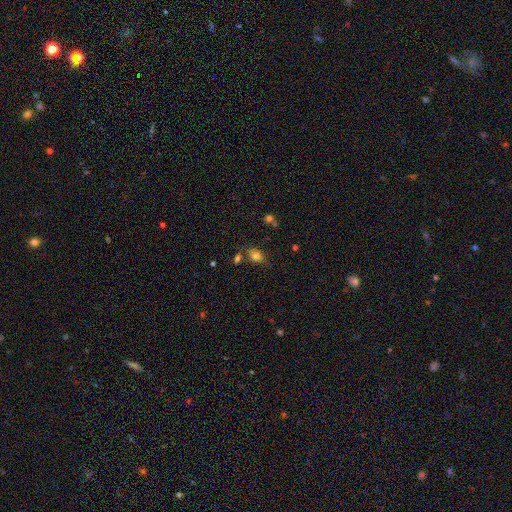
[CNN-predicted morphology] The model was most divided on "how rounded": in between: 70%, round: 28%, cigar-shaped: 2%. More confident: smooth or featured — smooth (78%); merging — none (64%).